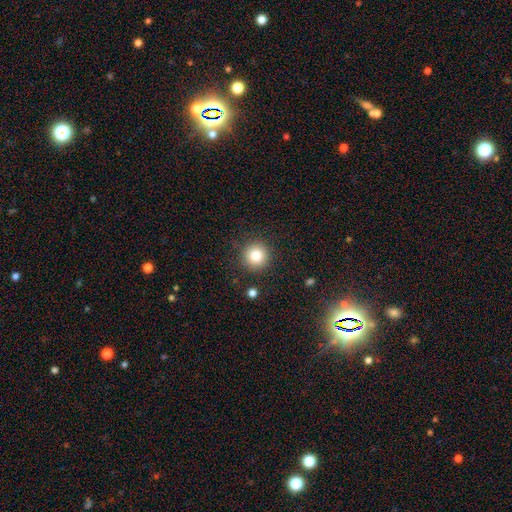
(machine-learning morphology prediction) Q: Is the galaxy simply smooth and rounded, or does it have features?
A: smooth — 82%.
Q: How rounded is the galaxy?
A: round — 95%.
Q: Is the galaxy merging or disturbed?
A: none — 89%.